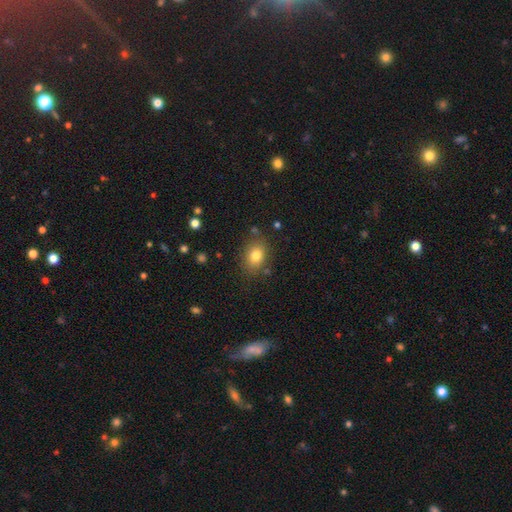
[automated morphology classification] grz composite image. It shows a smooth galaxy with no disk features (81%) that is in between round and cigar-shaped (65%). Merging: none (80%).